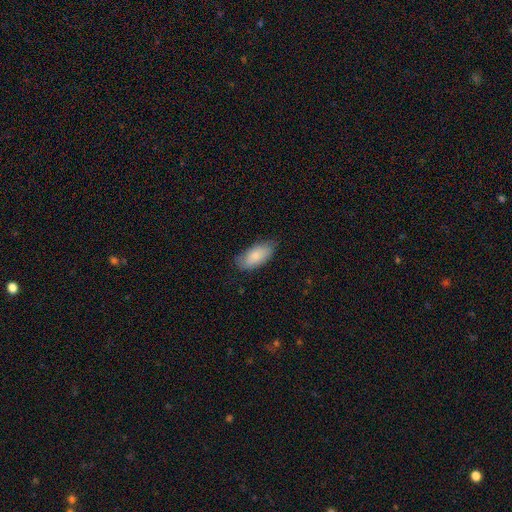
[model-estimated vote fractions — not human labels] smooth-or-featured: smooth: 82% | featured or disk: 12% | star or artifact: 6%
  how-rounded: in between: 91% | cigar-shaped: 7% | round: 2%
  merging: none: 74% | minor disturbance: 21% | major disturbance: 4% | merger: 1%